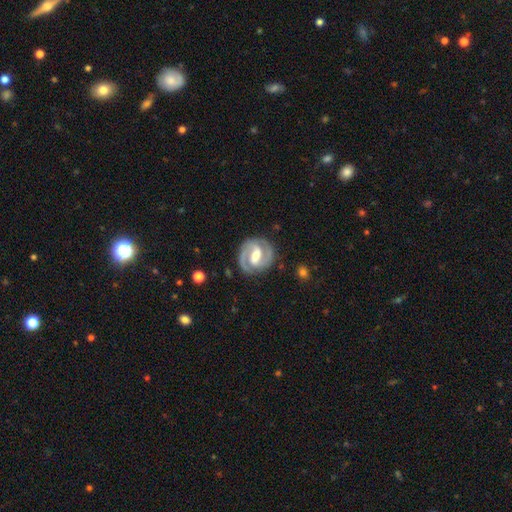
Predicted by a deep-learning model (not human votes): smooth-or-featured: featured or disk: 89% | smooth: 7% | star or artifact: 4%
  disk-edge-on: no: 98% | yes: 2%
    bar: strong: 50% | weak: 39% | no: 11%
    has-spiral-arms: yes: 96% | no: 4%
      spiral-winding: tight: 48% | medium: 45% | loose: 7%
      spiral-arm-count: 2: 93% | can't tell: 2% | 1: 2% | 3: 1% | 4: 1% | more than 4: 1%
    bulge-size: moderate: 57% | small: 21% | large: 16% | none: 4% | dominant: 2%
  merging: none: 85% | minor disturbance: 11% | major disturbance: 3% | merger: 1%